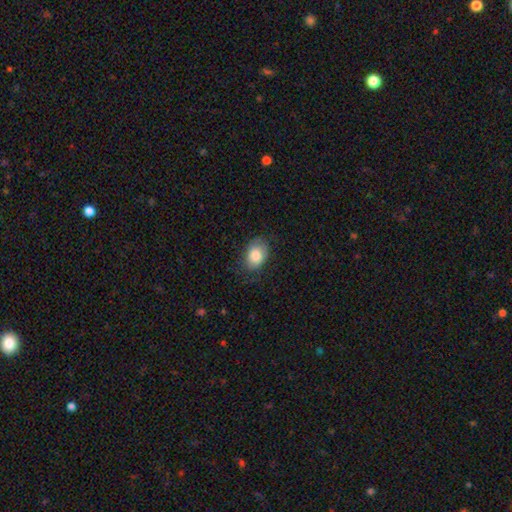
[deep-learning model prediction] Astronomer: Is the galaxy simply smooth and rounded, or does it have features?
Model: smooth — 81%.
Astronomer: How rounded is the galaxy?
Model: in between — 81%.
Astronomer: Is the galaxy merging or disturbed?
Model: none — 68%.